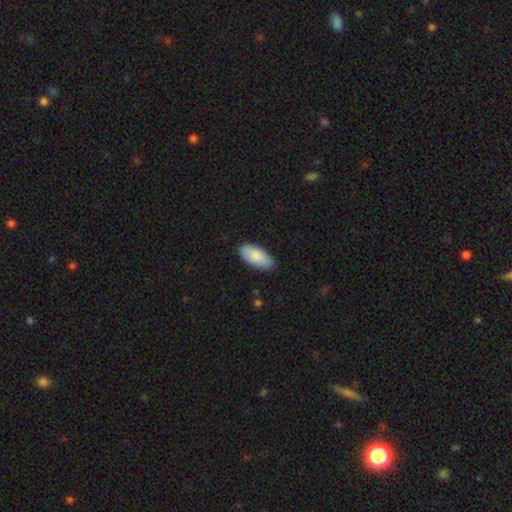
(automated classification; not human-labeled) Smooth or featured? smooth (87%)
How rounded? in between (91%)
Merging? none (85%)